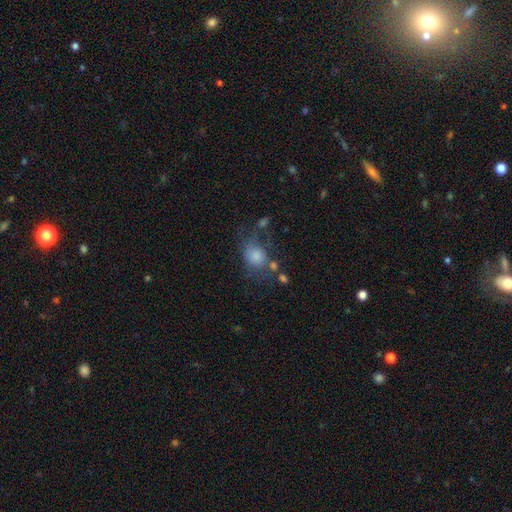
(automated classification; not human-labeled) smooth-or-featured: smooth: 62% | featured or disk: 23% | star or artifact: 16%
  how-rounded: round: 57% | in between: 41% | cigar-shaped: 2%
  merging: none: 46% | minor disturbance: 22% | major disturbance: 22% | merger: 10%